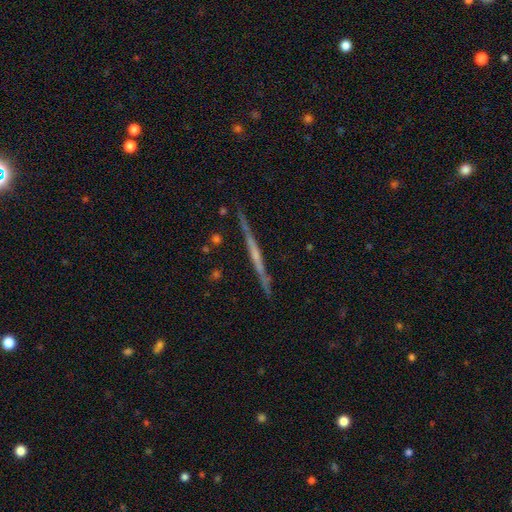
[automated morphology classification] Smooth or featured? featured or disk (71%)
Edge-on disk? yes (97%)
Edge-on bulge? none (71%)
Merging? none (85%)